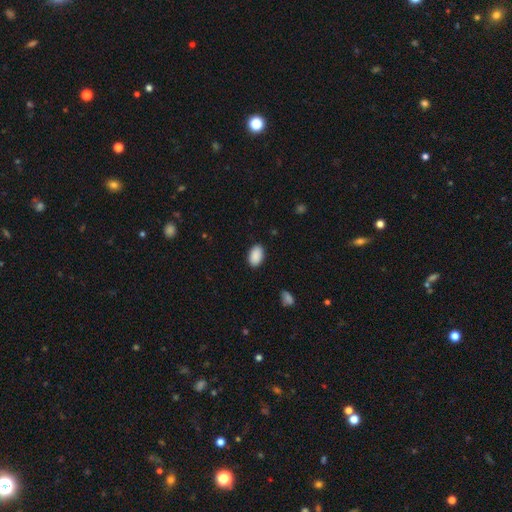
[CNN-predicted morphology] type=smooth (90%); roundness=in between (91%); merging=none (87%).